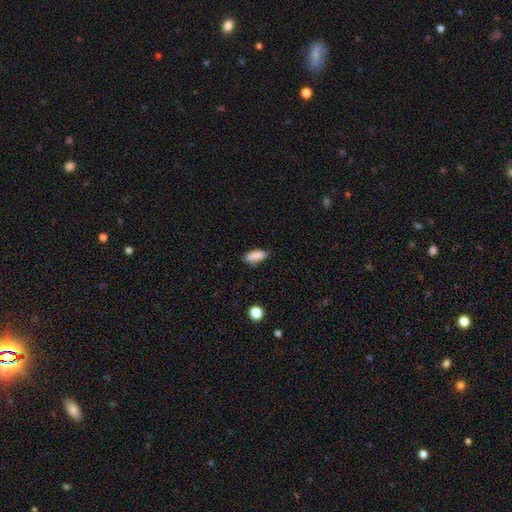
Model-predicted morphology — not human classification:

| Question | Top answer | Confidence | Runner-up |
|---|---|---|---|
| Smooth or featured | smooth | 87% | star or artifact (8%) |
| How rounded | in between | 72% | cigar-shaped (26%) |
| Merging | none | 73% | minor disturbance (22%) |